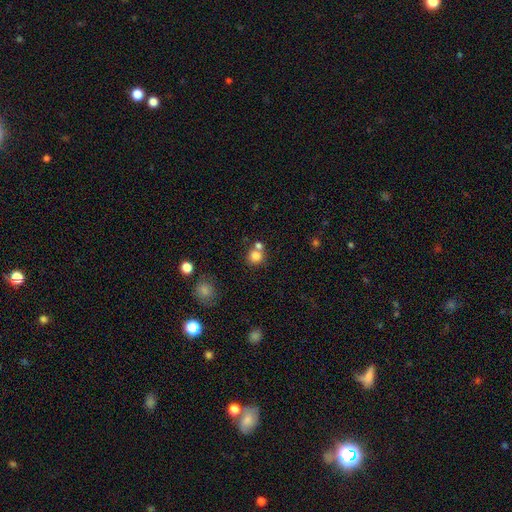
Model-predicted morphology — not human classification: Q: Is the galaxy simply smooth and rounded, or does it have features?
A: smooth — 80%.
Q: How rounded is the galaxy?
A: round — 87%.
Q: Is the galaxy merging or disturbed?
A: none — 57%.